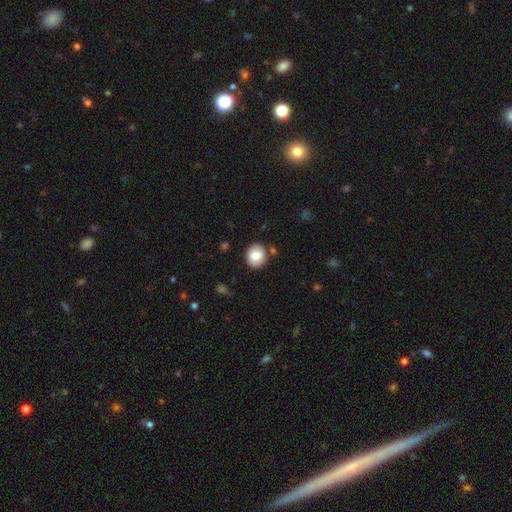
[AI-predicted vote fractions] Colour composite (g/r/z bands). It shows a smooth galaxy with no disk features (81%) that is round (75%). Merging: none (84%).